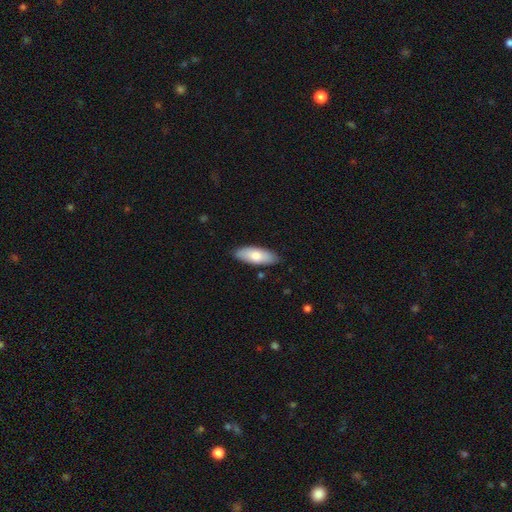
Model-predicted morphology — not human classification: The model was most divided on "how rounded": in between: 77%, cigar-shaped: 21%, round: 2%. More confident: merging — none (86%); smooth or featured — smooth (77%).